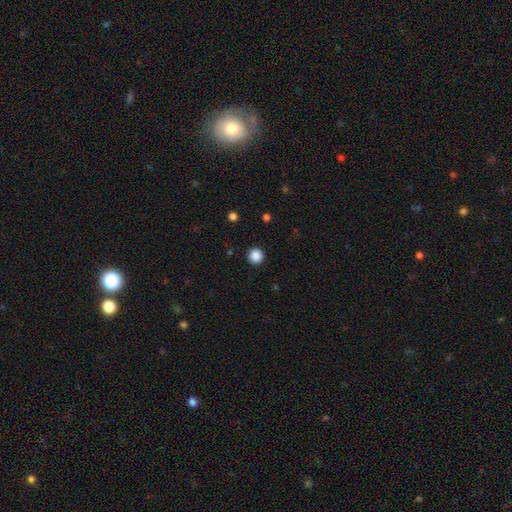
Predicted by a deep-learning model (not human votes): Morphology: type=smooth (87%); roundness=round (95%); merging=none (93%).